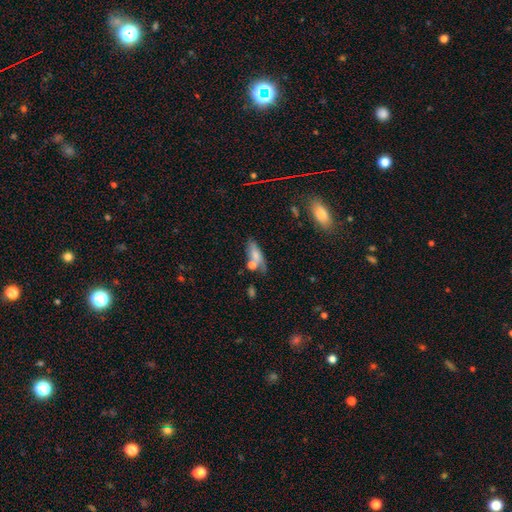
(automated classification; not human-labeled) This appears to be a smooth galaxy with no disk features (67%) that is in between round and cigar-shaped (63%). Merging: none (47%).